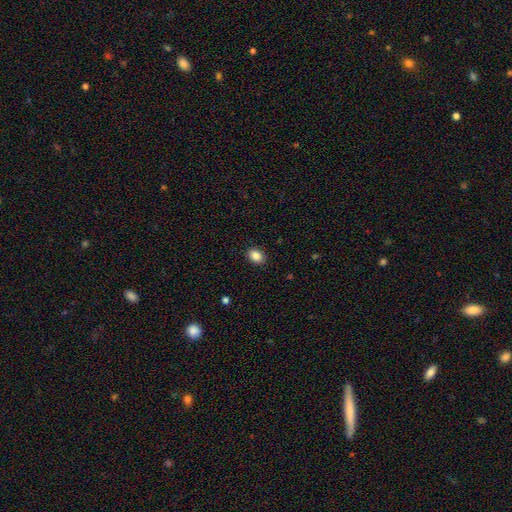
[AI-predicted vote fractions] Overall: smooth (87%). How rounded: in between (69%; round 30%). Merging: none (91%).